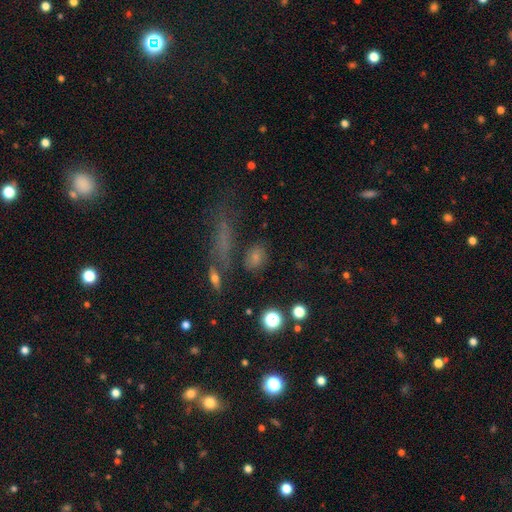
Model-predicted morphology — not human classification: smooth_or_featured: smooth (p=0.62) [alt: star or artifact p=0.23]
how_rounded: in between (p=0.52) [alt: round p=0.37]
merging: none (p=0.69) [alt: minor disturbance p=0.14]